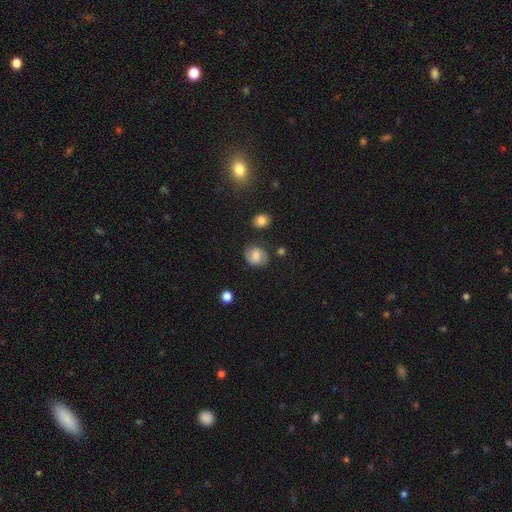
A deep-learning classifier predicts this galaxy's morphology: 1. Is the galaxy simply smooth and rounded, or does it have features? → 47% featured or disk, 44% smooth, 9% star or artifact.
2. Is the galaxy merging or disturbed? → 75% none, 16% minor disturbance, 5% major disturbance, 3% merger.